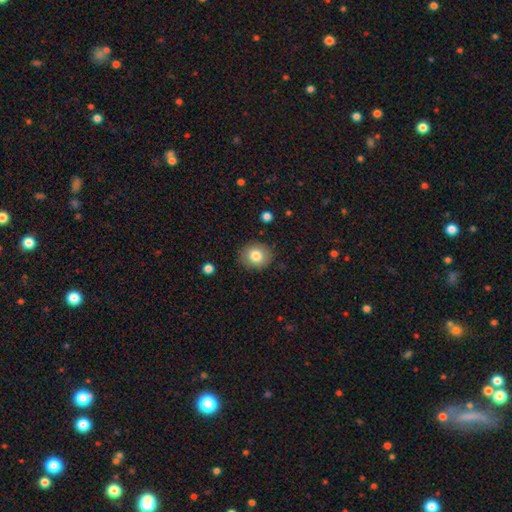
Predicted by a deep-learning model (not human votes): This is clearly a smooth galaxy (81%). How rounded: likely round (75%). Merging: clearly none (87%).